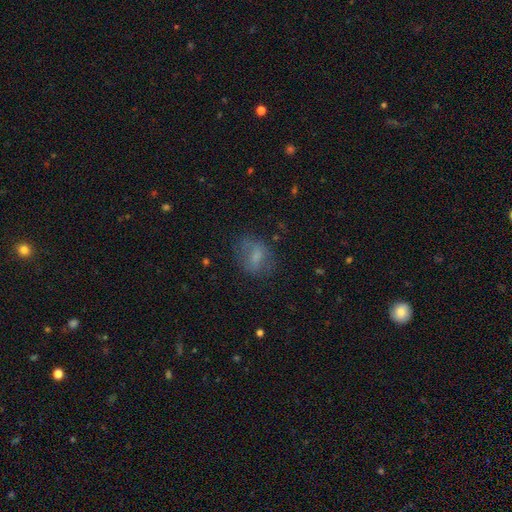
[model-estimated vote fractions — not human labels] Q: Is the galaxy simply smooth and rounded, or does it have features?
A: smooth — 62%.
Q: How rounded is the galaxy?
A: in between — 59%.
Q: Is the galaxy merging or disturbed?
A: none — 64%.